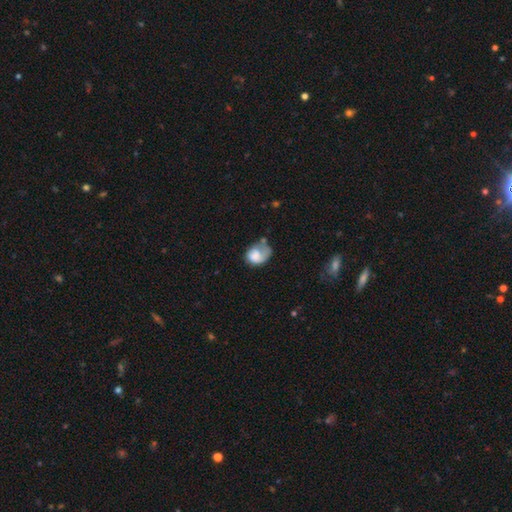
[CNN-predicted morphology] A smooth galaxy with no disk features (64%) that is in between round and cigar-shaped (56%). Merging: major disturbance (35%).